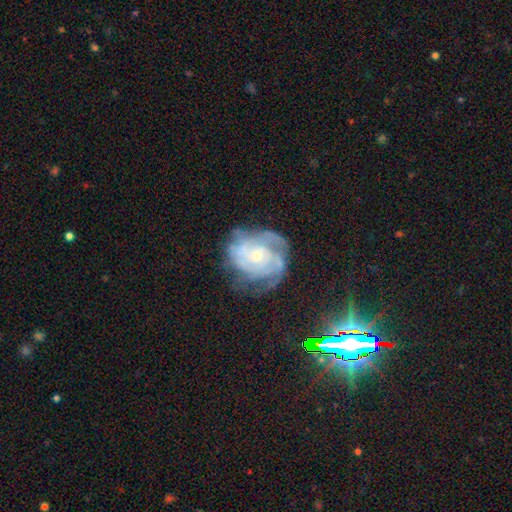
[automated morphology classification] featured or disk 83%, smooth 9%, star or artifact 8%. Down the decision tree: edge-on disk — no (98%); bar — no (76%); spiral arms — yes (94%); spiral arm count — can't tell (34%); spiral winding — tight (64%); bulge size — small (70%); merging — none (59%).